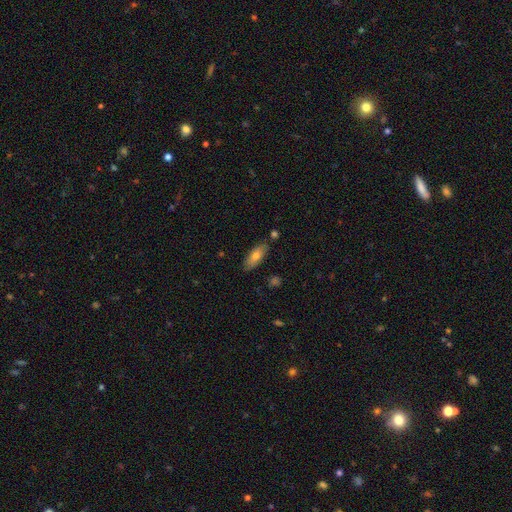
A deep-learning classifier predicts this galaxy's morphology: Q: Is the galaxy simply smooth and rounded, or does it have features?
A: smooth — 71%.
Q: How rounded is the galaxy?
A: in between — 71%.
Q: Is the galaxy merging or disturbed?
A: none — 81%.